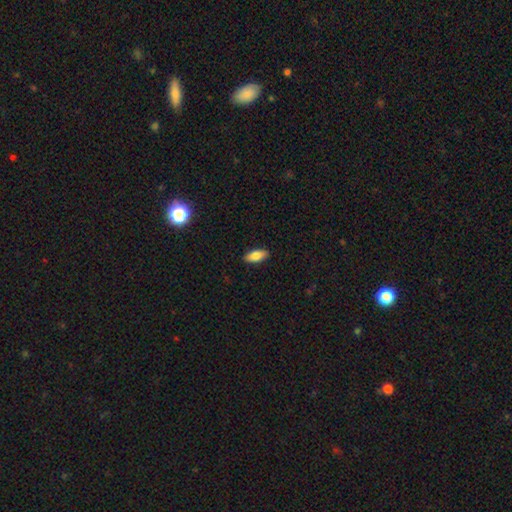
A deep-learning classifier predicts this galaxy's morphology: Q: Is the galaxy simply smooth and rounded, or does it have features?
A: smooth — 81%.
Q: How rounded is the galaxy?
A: in between — 85%.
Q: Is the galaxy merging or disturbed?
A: none — 90%.